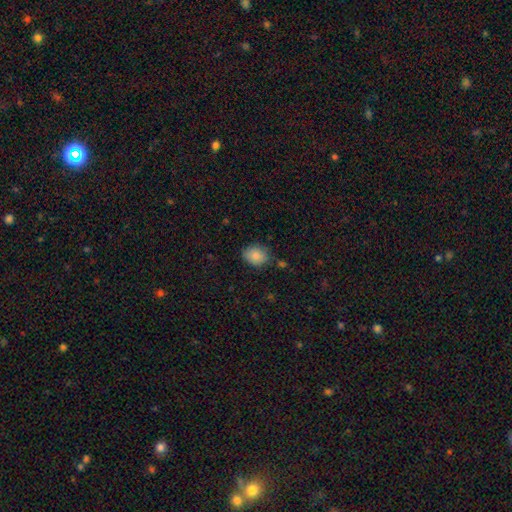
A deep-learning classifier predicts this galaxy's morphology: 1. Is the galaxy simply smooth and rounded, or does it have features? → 86% smooth, 8% star or artifact, 5% featured or disk.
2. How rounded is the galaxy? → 54% round, 45% in between, 1% cigar-shaped.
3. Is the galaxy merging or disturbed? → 76% none, 18% minor disturbance, 4% major disturbance, 3% merger.